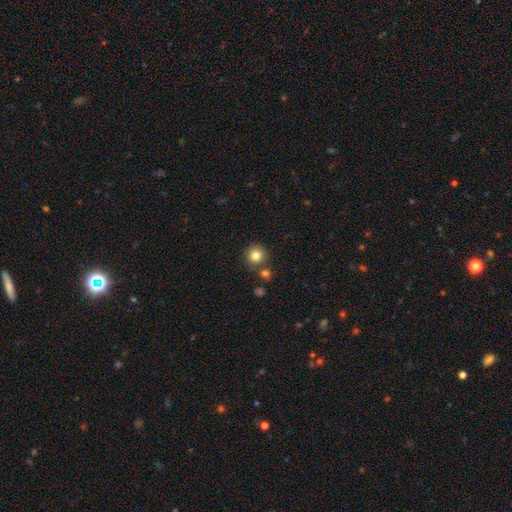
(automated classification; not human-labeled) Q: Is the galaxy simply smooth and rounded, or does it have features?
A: smooth — 82%.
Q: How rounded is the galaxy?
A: round — 93%.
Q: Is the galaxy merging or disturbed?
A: none — 79%.